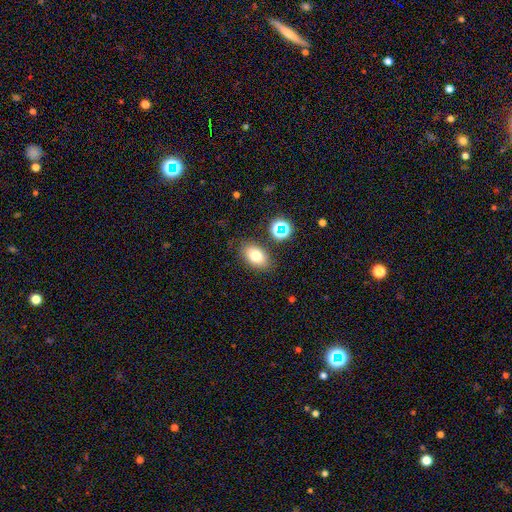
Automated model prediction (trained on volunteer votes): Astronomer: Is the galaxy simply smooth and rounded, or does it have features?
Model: smooth — 76%.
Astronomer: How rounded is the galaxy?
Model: in between — 85%.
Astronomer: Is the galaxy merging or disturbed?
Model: none — 81%.